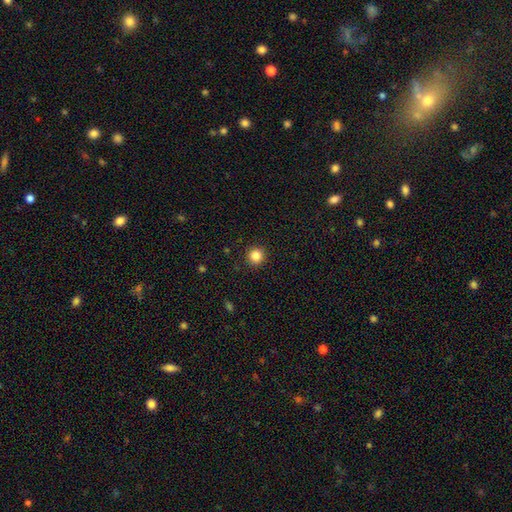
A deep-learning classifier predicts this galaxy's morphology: Overall: smooth (84%). How rounded: round (93%). Merging: none (92%).